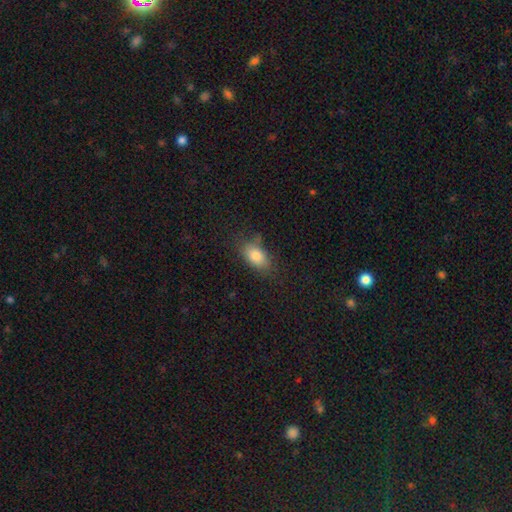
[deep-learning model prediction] Overall: smooth (83%). How rounded: in between (89%). Merging: none (70%).